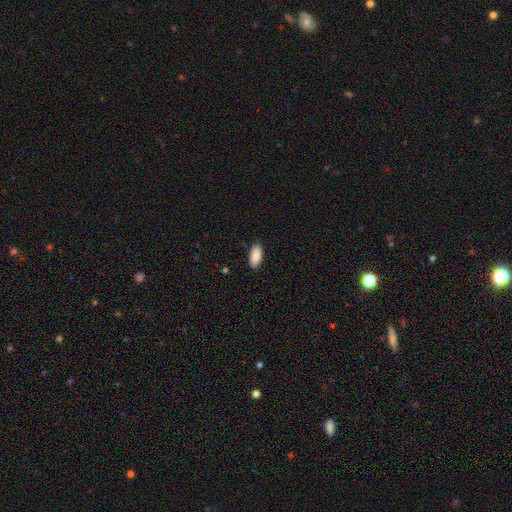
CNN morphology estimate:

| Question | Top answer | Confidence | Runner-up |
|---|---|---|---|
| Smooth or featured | smooth | 89% | star or artifact (6%) |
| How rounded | in between | 85% | cigar-shaped (13%) |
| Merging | none | 88% | minor disturbance (9%) |